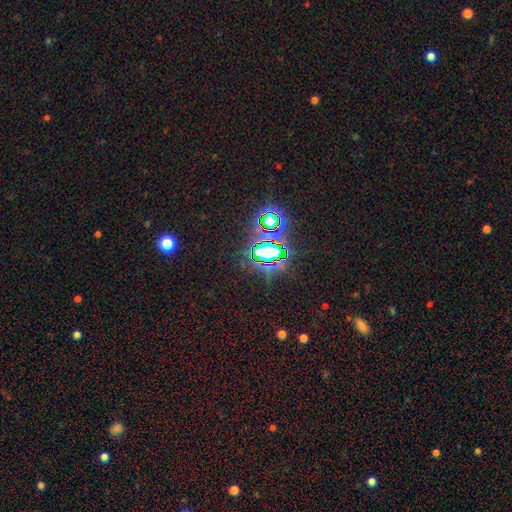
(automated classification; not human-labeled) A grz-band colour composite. It shows a star or artifact, not a galaxy (80%).